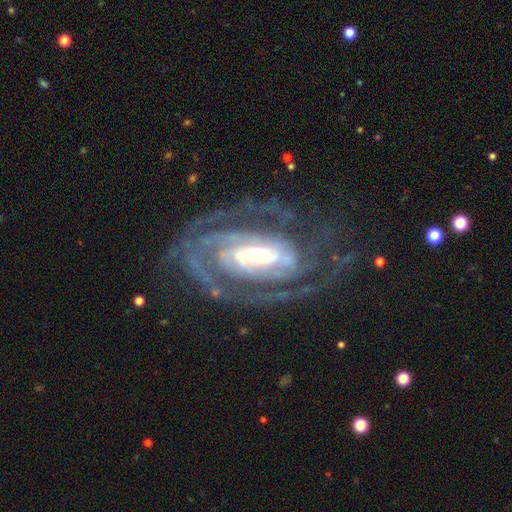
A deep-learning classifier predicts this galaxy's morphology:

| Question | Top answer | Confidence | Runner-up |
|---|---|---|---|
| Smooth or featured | featured or disk | 90% | smooth (5%) |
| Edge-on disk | no | 95% | yes (5%) |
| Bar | strong | 46% | weak (31%) |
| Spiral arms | yes | 96% | no (4%) |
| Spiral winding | tight | 67% | medium (27%) |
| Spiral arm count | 2 | 44% | can't tell (21%) |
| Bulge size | small | 42% | moderate (41%) |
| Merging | none | 68% | minor disturbance (17%) |